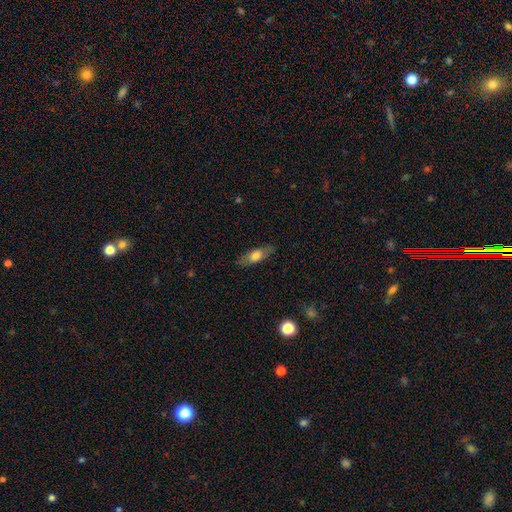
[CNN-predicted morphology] smooth 64%, featured or disk 29%, star or artifact 7%. Down the decision tree: how rounded — in between (63%); merging — none (82%).